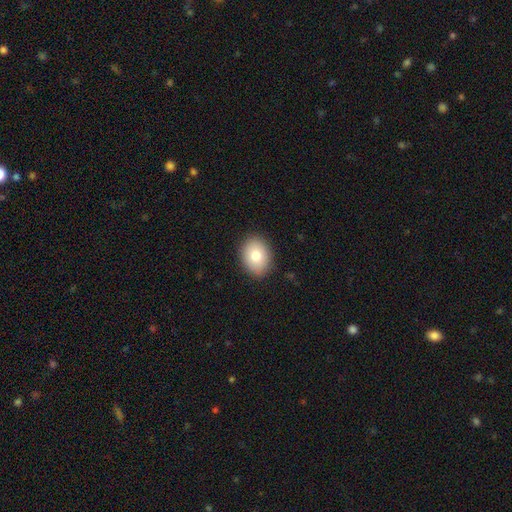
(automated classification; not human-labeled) Q: Smooth or featured?
A: smooth (80%); runner-up: featured or disk (12%)
Q: How rounded?
A: in between (60%); runner-up: round (39%)
Q: Merging?
A: none (88%); runner-up: minor disturbance (9%)